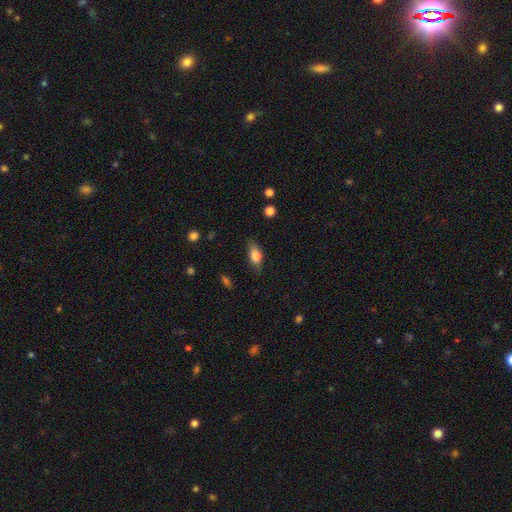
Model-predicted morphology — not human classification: Smooth or featured? Predicted: smooth (p=0.80). How rounded? Predicted: in between (p=0.83). Merging? Predicted: none (p=0.77).